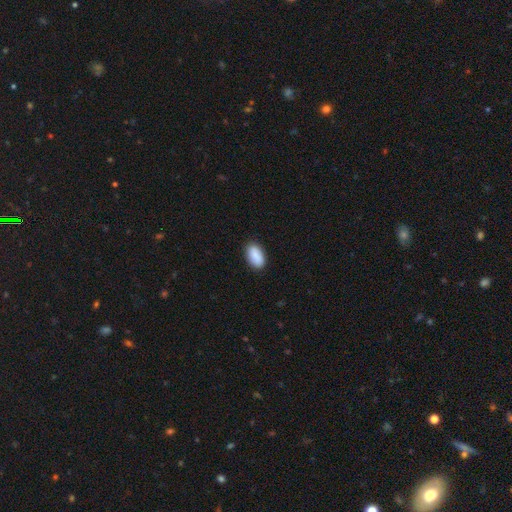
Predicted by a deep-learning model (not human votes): smooth 89%, star or artifact 6%, featured or disk 5%. Down the decision tree: how rounded — in between (94%); merging — none (87%).